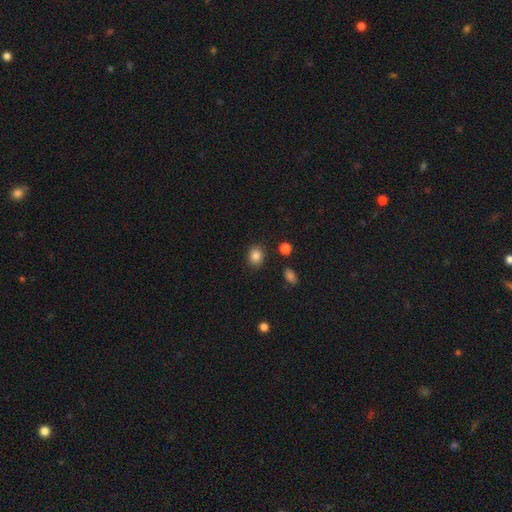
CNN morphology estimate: A smooth galaxy with no disk features (84%) that is round (66%). Merging: none (86%).